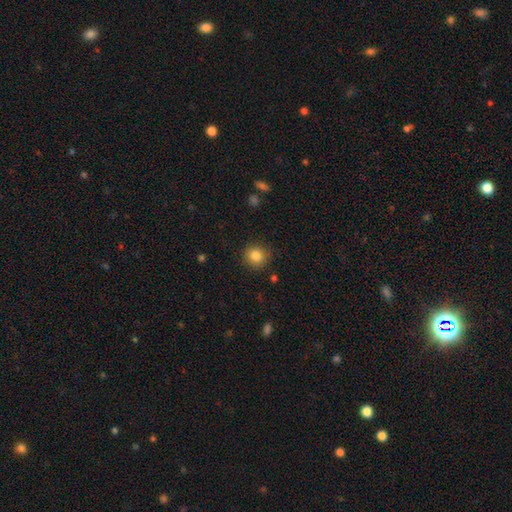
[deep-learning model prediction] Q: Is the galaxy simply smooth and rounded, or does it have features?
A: smooth — 83%.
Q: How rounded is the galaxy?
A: round — 89%.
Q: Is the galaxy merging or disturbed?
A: none — 88%.